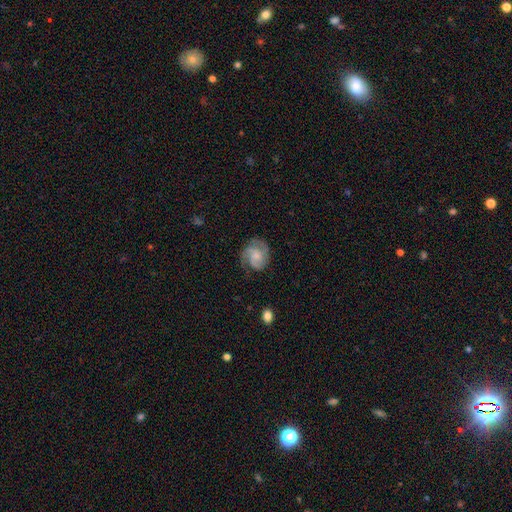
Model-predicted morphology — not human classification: This is likely a featured or disk galaxy (72%). It is clearly not viewed edge-on (98%). Bar: likely no (68%). Spiral arm pattern: clearly yes (95%). Spiral arm count: marginally 3 (40%). Spiral winding: possibly medium (46%). Central bulge: possibly small (49%). Merging: likely none (69%).